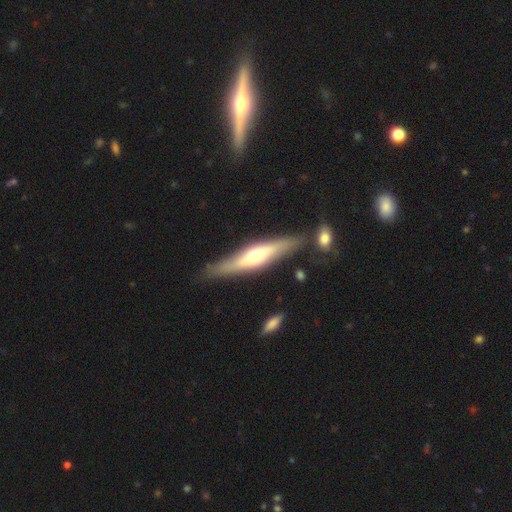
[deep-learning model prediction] Overall: featured or disk (57%; smooth 37%). Edge-on disk: yes (88%). Edge-on bulge: rounded (81%). Merging: none (81%).